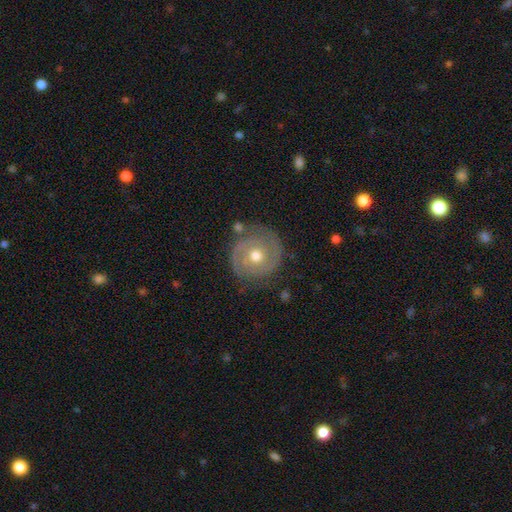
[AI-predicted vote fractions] A featured or disk galaxy (72%) with no bar (78%), 2 (68%) tight (66%) spiral arms (80%) and a moderate central bulge (78%). Merging: none (80%).